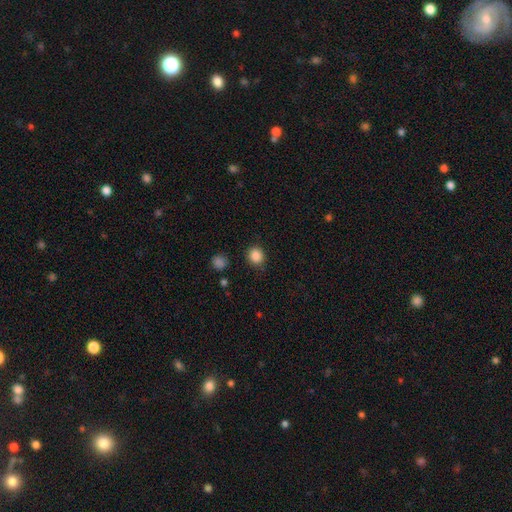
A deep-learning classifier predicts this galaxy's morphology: Smooth or featured? Predicted: smooth (p=0.87). How rounded? Predicted: round (p=0.83). Merging? Predicted: none (p=0.86).